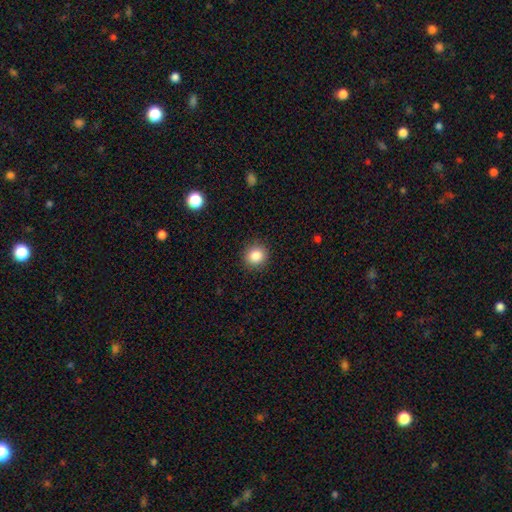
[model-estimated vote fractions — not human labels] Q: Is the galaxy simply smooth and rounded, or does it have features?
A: smooth — 86%.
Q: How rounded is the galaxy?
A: round — 87%.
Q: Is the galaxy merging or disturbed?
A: none — 90%.